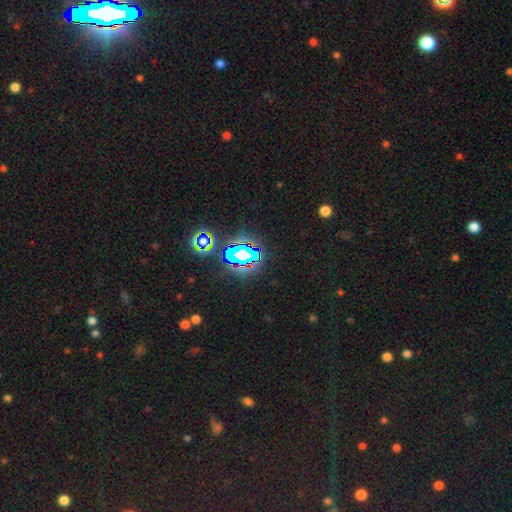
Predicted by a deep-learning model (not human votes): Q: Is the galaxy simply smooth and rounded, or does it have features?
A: star or artifact — 81%.